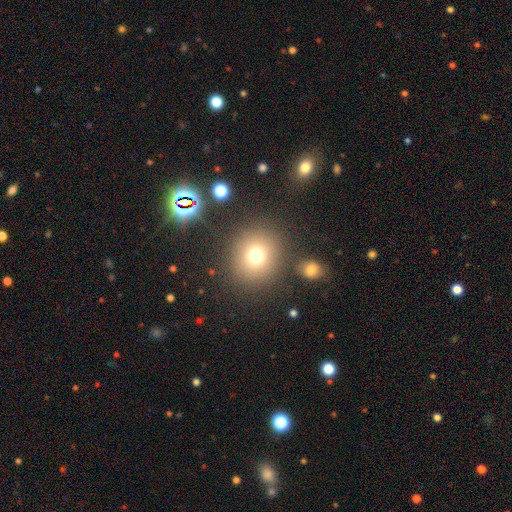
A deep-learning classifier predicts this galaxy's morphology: smooth 73%, star or artifact 17%, featured or disk 10%. Down the decision tree: how rounded — round (90%); merging — none (84%).